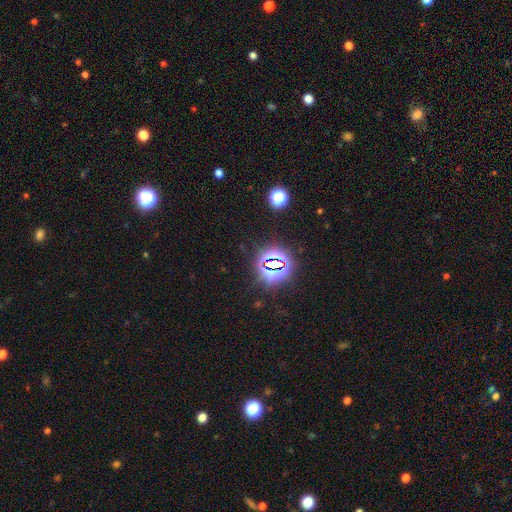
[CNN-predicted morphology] A star or artifact, not a galaxy (79%).

Vote fractions:
- Smooth or featured? star or artifact: 79% / smooth: 14% / featured or disk: 7%